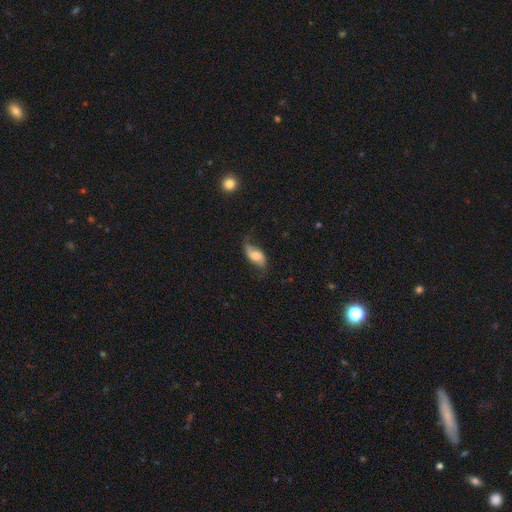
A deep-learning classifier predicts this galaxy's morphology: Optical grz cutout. It shows a featured or disk galaxy (51%). Merging: none (58%).